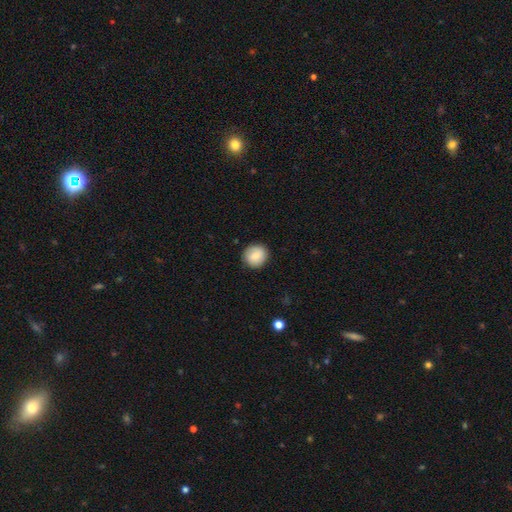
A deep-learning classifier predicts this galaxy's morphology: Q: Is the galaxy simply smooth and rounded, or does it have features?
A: smooth — 83%.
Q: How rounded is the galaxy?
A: round — 89%.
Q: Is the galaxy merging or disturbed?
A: none — 88%.